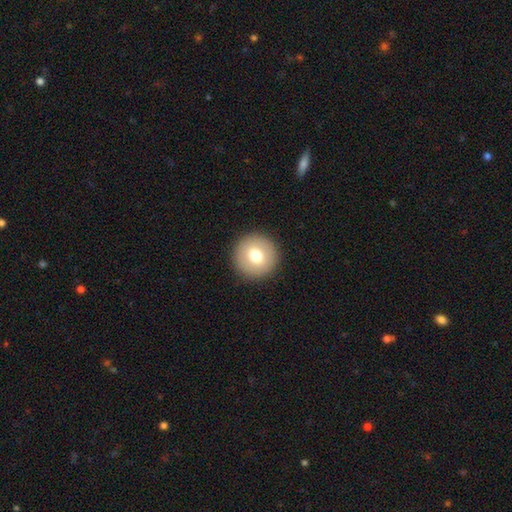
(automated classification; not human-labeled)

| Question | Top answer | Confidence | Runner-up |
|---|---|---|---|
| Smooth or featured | smooth | 73% | featured or disk (18%) |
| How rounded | round | 96% | in between (4%) |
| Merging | none | 92% | minor disturbance (5%) |